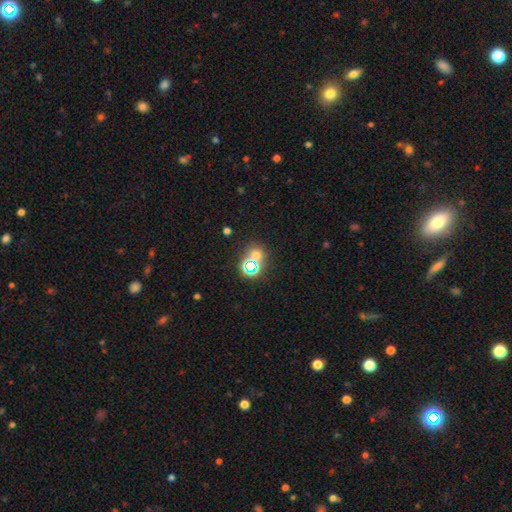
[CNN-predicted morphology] smooth_or_featured: smooth (p=0.45) [tied with: star or artifact p=0.45]
merging: none (p=0.69) [alt: merger p=0.16]